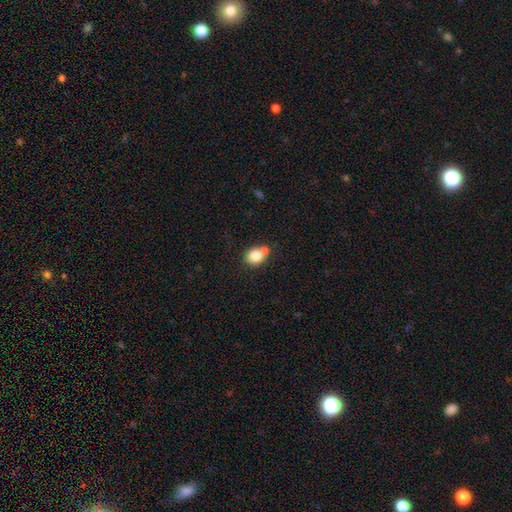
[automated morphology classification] Smooth or featured?
  - smooth: 80% *
  - featured or disk: 10%
  - star or artifact: 10%
How rounded?
  - round: 76% *
  - in between: 23%
  - cigar-shaped: 1%
Merging?
  - none: 52% *
  - merger: 34%
  - minor disturbance: 11%
  - major disturbance: 4%